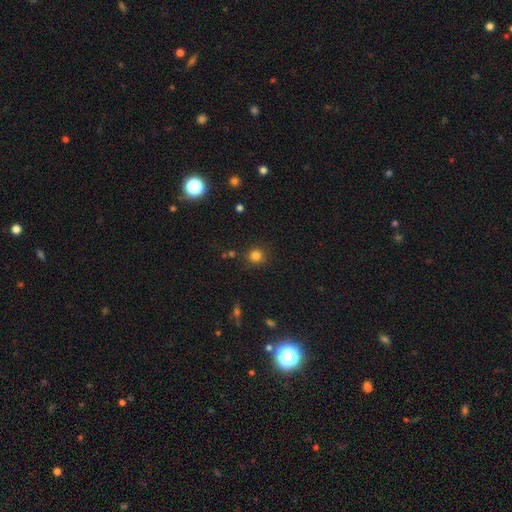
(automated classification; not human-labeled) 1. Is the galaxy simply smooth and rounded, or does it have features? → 82% smooth, 13% star or artifact, 5% featured or disk.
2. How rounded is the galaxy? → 90% round, 9% in between, 1% cigar-shaped.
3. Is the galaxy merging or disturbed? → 85% none, 9% minor disturbance, 3% major disturbance, 3% merger.